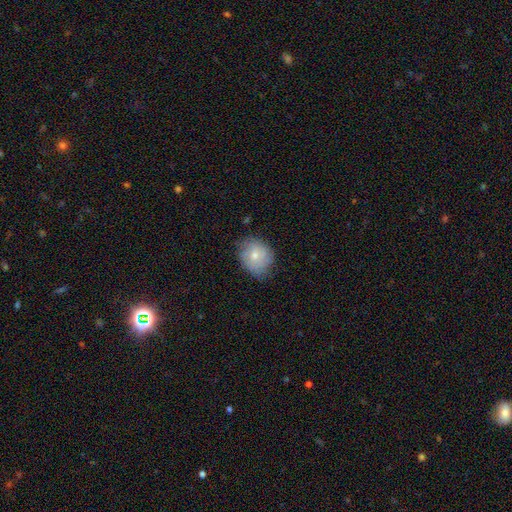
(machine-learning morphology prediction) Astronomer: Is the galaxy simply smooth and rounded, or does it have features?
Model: smooth — 67%.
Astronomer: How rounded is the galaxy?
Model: round — 68%.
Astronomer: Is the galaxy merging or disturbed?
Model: none — 68%.